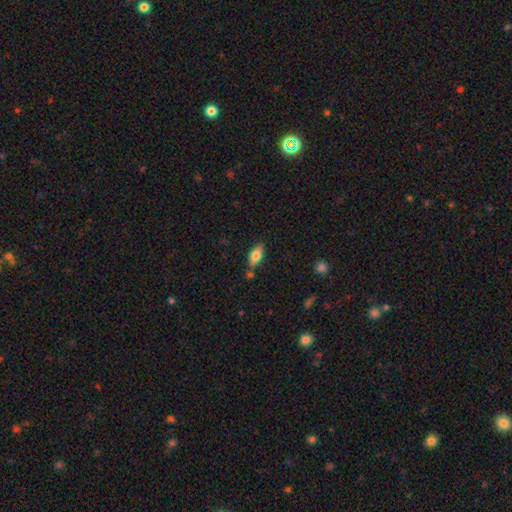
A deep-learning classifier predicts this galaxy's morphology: smooth_or_featured: smooth (p=0.66) [alt: featured or disk p=0.26]
how_rounded: in between (p=0.78) [alt: cigar-shaped p=0.18]
merging: none (p=0.73) [alt: minor disturbance p=0.15]